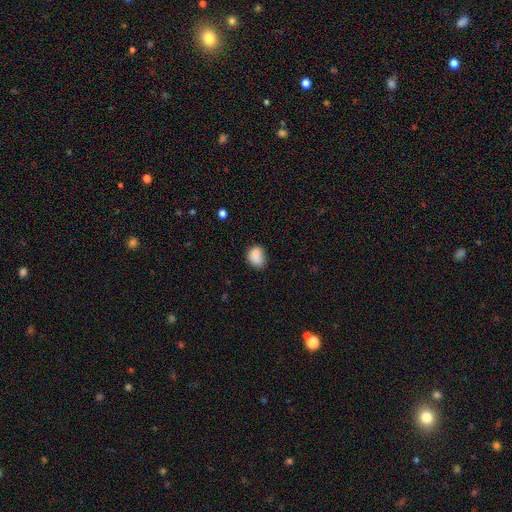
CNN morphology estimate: type=smooth (83%); roundness=in between (57%); merging=none (56%).